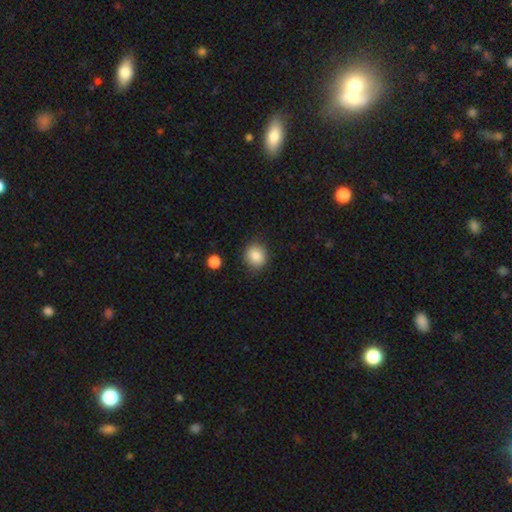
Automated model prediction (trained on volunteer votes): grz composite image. It shows a smooth galaxy with no disk features (86%) that is round (82%). Merging: none (85%).